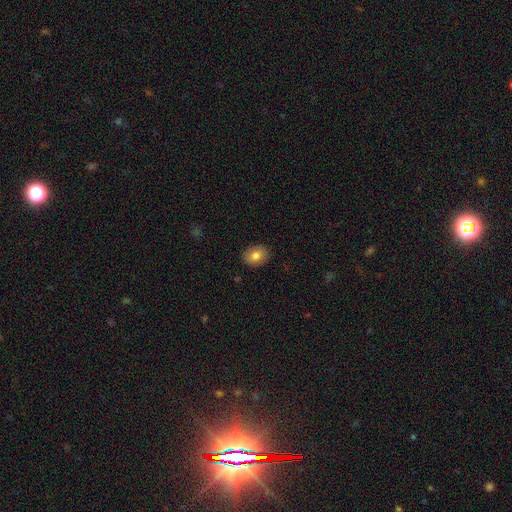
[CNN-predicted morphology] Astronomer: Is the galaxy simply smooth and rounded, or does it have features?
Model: smooth — 81%.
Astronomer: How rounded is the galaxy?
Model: in between — 59% (runner-up: round, 40%).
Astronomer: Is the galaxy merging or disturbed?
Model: none — 89%.